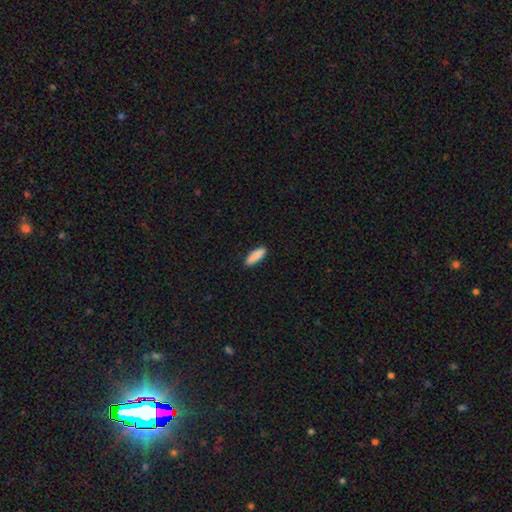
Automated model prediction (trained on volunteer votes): Q: Smooth or featured?
A: smooth (90%); runner-up: star or artifact (6%)
Q: How rounded?
A: cigar-shaped (55%); runner-up: in between (43%)
Q: Merging?
A: none (89%); runner-up: minor disturbance (8%)